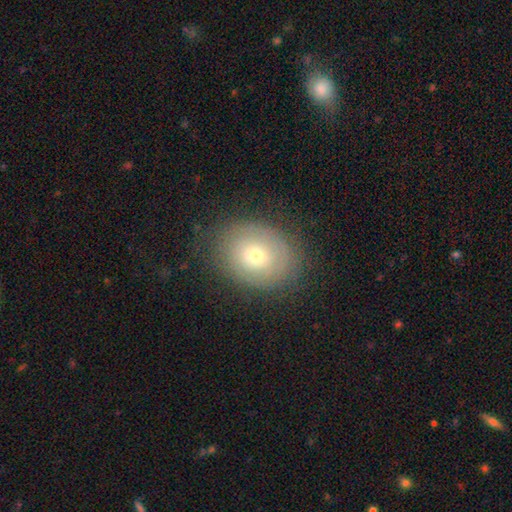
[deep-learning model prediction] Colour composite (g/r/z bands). It shows a smooth galaxy with no disk features (51%) that is in between round and cigar-shaped (54%). Merging: none (75%).